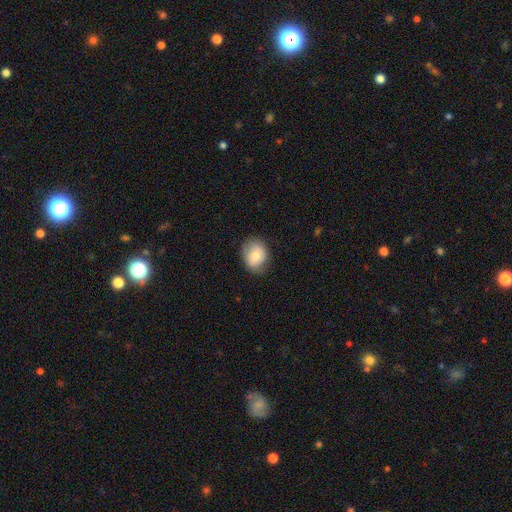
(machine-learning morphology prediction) A smooth galaxy with no disk features (74%) that is round (51%).

Vote fractions:
- Smooth or featured? smooth: 74% / featured or disk: 19% / star or artifact: 8%
- How rounded? round: 51% / in between: 48% / cigar-shaped: 1%
- Merging? none: 77% / minor disturbance: 17% / major disturbance: 5% / merger: 1%